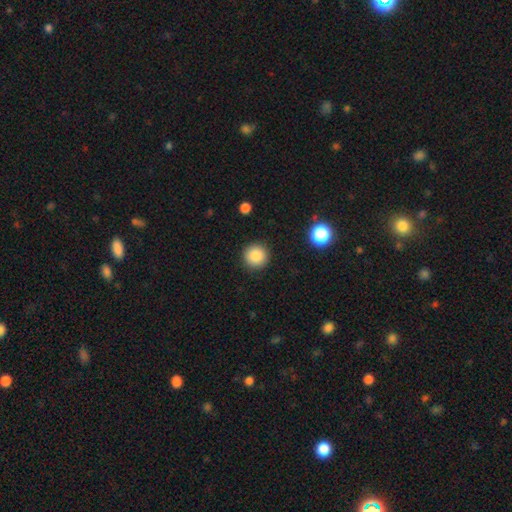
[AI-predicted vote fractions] Q: Smooth or featured?
A: smooth (87%); runner-up: star or artifact (9%)
Q: How rounded?
A: round (96%); runner-up: in between (3%)
Q: Merging?
A: none (92%); runner-up: minor disturbance (5%)